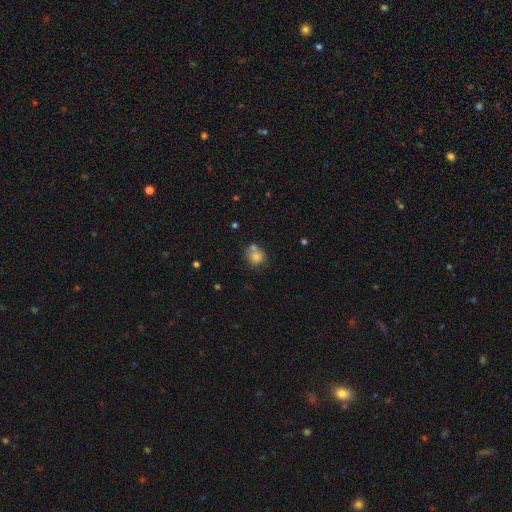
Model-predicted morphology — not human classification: A smooth galaxy with no disk features (76%) that is round (77%).

Vote fractions:
- Smooth or featured? smooth: 76% / featured or disk: 13% / star or artifact: 11%
- How rounded? round: 77% / in between: 22% / cigar-shaped: 1%
- Merging? none: 46% / merger: 34% / minor disturbance: 15% / major disturbance: 6%